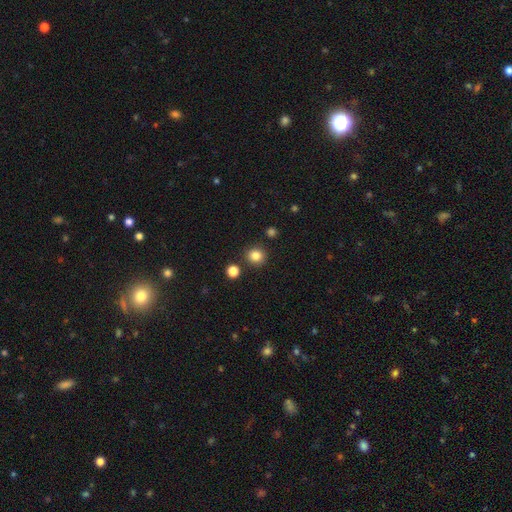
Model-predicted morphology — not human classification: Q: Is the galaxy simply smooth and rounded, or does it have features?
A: smooth — 83%.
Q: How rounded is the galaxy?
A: round — 89%.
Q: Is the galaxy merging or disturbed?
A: none — 87%.